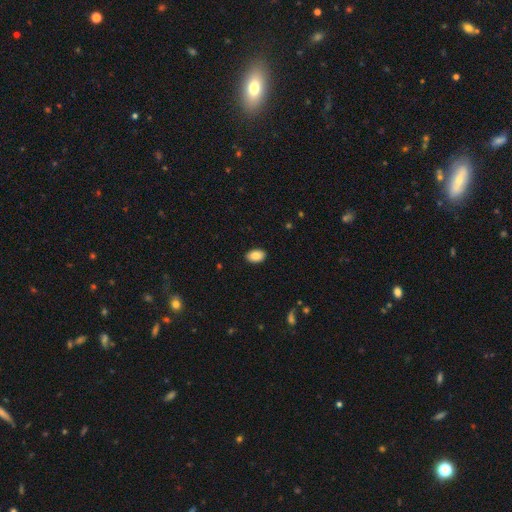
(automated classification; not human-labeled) Morphology: type=smooth (87%); roundness=in between (91%); merging=none (89%).